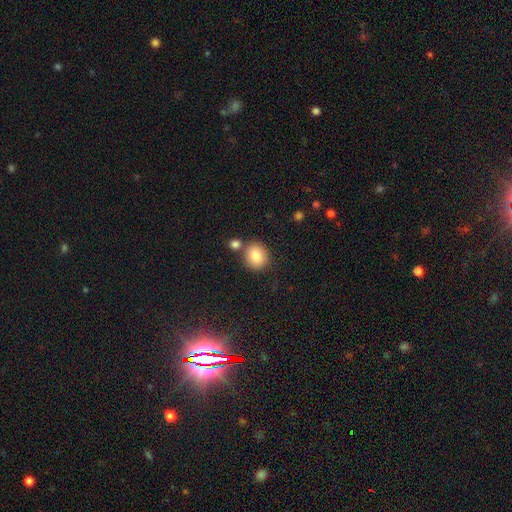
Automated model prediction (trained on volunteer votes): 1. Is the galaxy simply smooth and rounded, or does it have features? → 85% smooth, 8% star or artifact, 7% featured or disk.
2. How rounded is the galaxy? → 80% round, 19% in between, 1% cigar-shaped.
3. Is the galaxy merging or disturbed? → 70% none, 17% merger, 10% minor disturbance, 3% major disturbance.